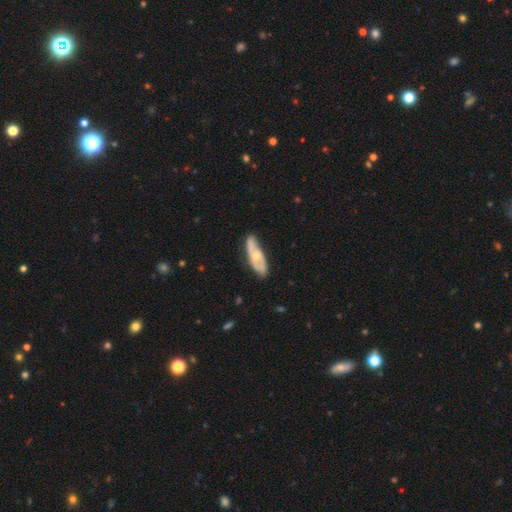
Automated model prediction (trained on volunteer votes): featured or disk 55%, smooth 40%, star or artifact 5%. Down the decision tree: edge-on disk — no (74%); merging — none (69%).